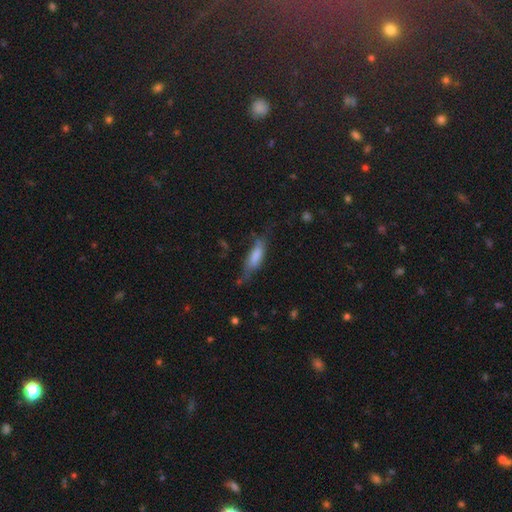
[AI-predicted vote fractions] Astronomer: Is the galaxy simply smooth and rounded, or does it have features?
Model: smooth — 68%.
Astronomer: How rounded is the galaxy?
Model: in between — 54% (runner-up: cigar-shaped, 44%).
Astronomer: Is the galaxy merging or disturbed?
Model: none — 44% (runner-up: minor disturbance, 32%).